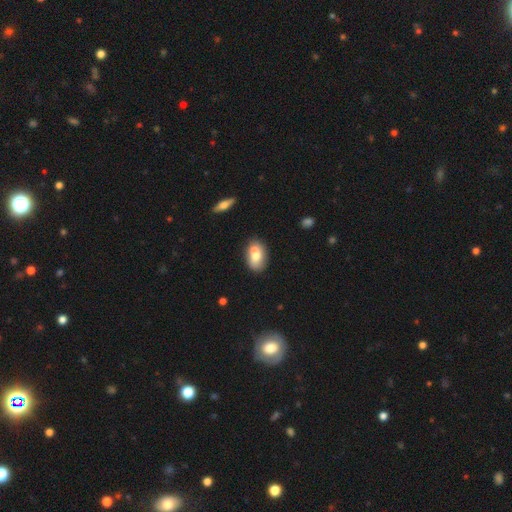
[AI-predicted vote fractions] A smooth galaxy with no disk features (66%) that is in between round and cigar-shaped (80%).

Vote fractions:
- Smooth or featured? smooth: 66% / featured or disk: 26% / star or artifact: 8%
- How rounded? in between: 80% / round: 18% / cigar-shaped: 2%
- Merging? merger: 43% (tied) / none: 43% (tied) / minor disturbance: 11% / major disturbance: 3%